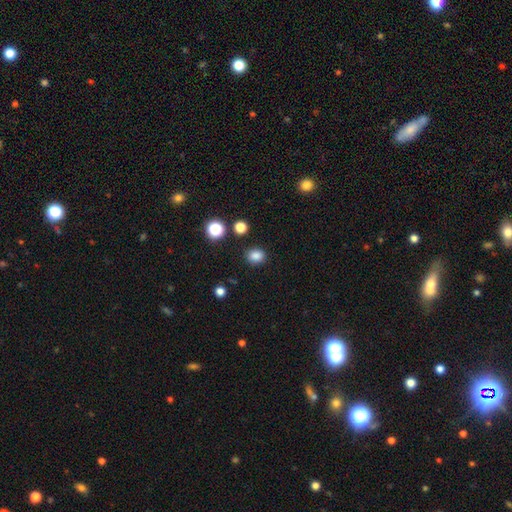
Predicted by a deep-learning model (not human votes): Smooth or featured? Predicted: smooth (p=0.84). How rounded? Predicted: round (p=0.62). Merging? Predicted: none (p=0.86).